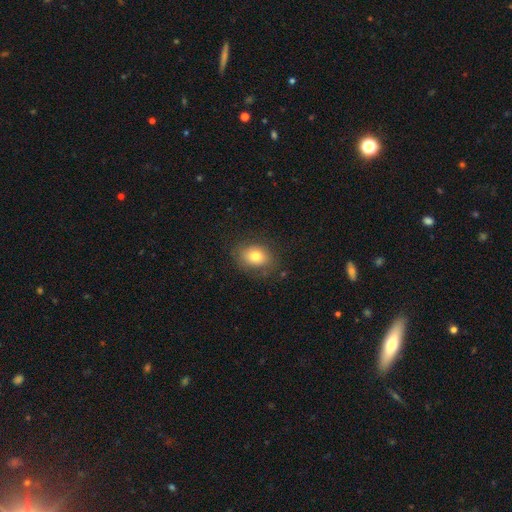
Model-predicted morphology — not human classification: A smooth galaxy with no disk features (78%) that is in between round and cigar-shaped (61%). Merging: none (79%).